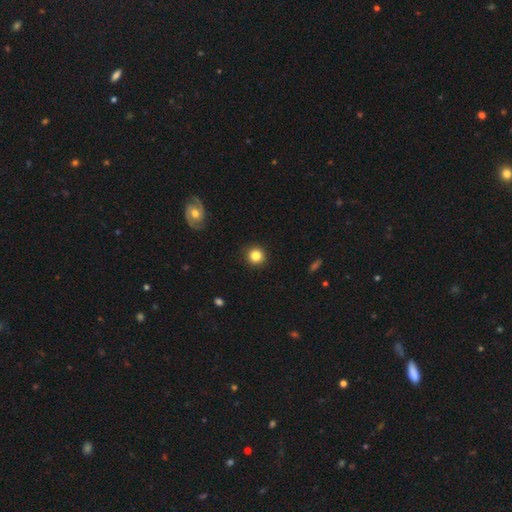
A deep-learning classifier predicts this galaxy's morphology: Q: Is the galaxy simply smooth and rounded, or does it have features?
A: smooth — 83%.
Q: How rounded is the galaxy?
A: round — 94%.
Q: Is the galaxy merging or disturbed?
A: none — 92%.